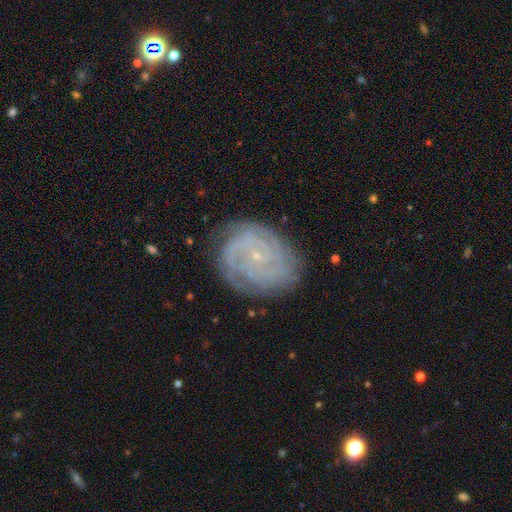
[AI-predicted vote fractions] A featured or disk galaxy (77%) with no bar (79%), tight (73%) spiral arms (93%) and a small central bulge (89%). Merging: none (78%).